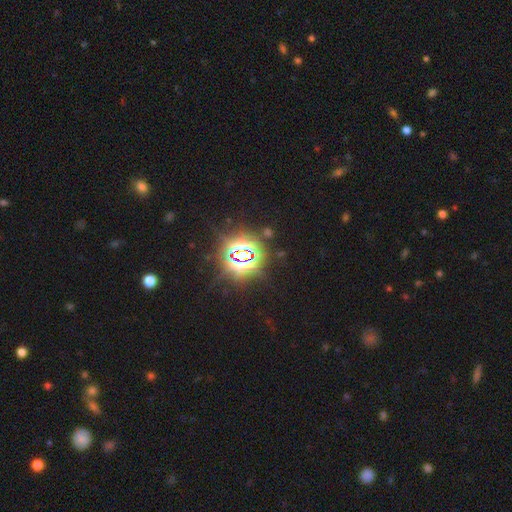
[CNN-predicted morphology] Q: Smooth or featured?
A: star or artifact (82%); runner-up: smooth (10%)